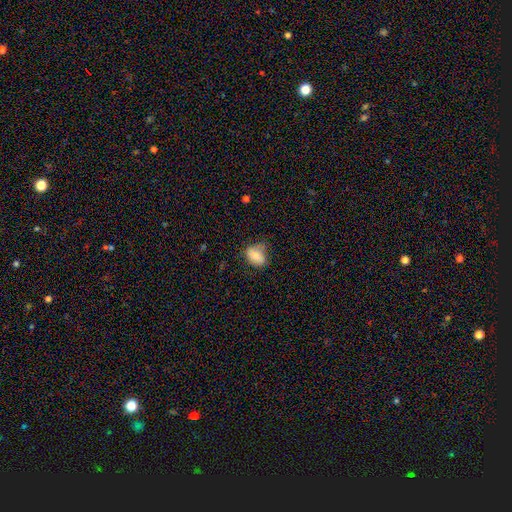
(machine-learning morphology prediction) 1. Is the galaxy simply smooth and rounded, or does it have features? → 78% smooth, 13% featured or disk, 8% star or artifact.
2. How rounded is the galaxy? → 75% in between, 24% round, 2% cigar-shaped.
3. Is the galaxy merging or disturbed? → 56% none, 32% minor disturbance, 10% major disturbance, 2% merger.